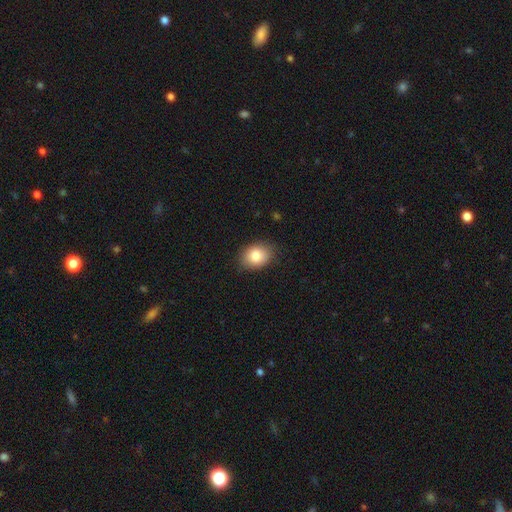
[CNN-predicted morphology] A smooth galaxy with no disk features (84%) that is in between round and cigar-shaped (66%).

Vote fractions:
- Smooth or featured? smooth: 84% / star or artifact: 8% / featured or disk: 8%
- How rounded? in between: 66% / round: 33% / cigar-shaped: 1%
- Merging? none: 82% / minor disturbance: 14% / major disturbance: 3% / merger: 1%